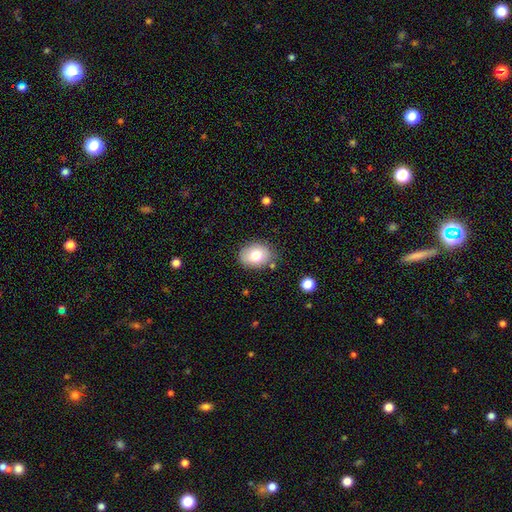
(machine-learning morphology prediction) The model was most divided on "how rounded": in between: 65%, round: 35%, cigar-shaped: 1%. More confident: merging — none (80%); smooth or featured — smooth (78%).